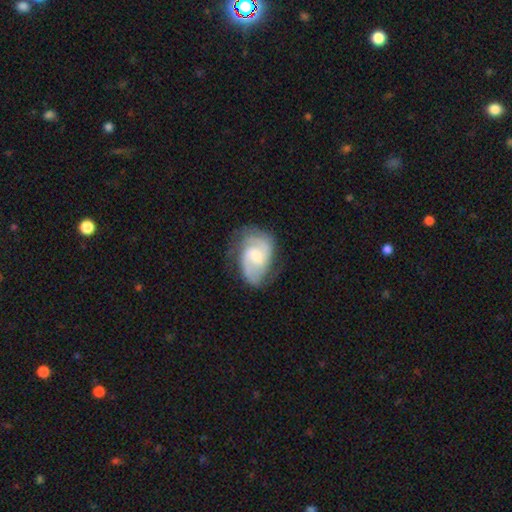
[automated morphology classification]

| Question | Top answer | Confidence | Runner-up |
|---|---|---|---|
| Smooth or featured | featured or disk | 84% | smooth (11%) |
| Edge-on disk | no | 98% | yes (2%) |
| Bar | no | 47% | weak (45%) |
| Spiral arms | yes | 97% | no (3%) |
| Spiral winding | medium | 49% | tight (38%) |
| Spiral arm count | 2 | 80% | can't tell (8%) |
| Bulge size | small | 45% | moderate (44%) |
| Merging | none | 70% | minor disturbance (21%) |